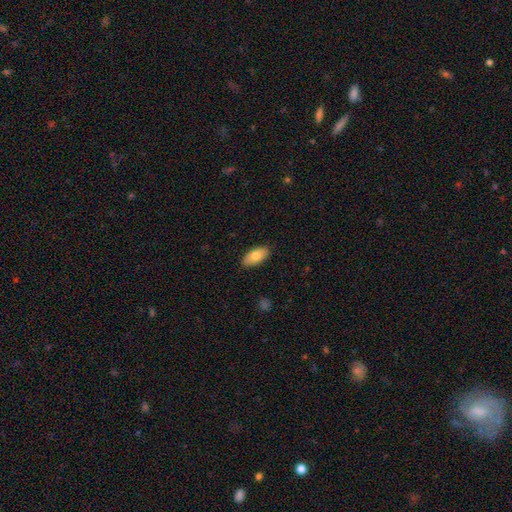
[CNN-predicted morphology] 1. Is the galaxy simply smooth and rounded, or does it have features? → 78% smooth, 16% featured or disk, 6% star or artifact.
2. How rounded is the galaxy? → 92% in between, 6% cigar-shaped, 3% round.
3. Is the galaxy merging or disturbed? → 88% none, 9% minor disturbance, 2% major disturbance, 1% merger.